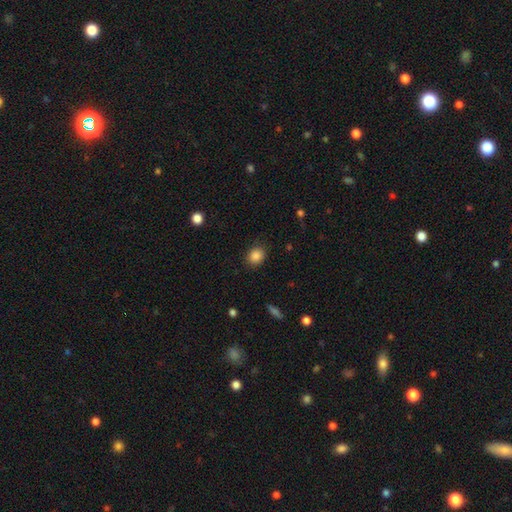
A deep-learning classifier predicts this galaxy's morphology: smooth 87%, star or artifact 9%, featured or disk 4%. Down the decision tree: how rounded — round (57%); merging — none (87%).